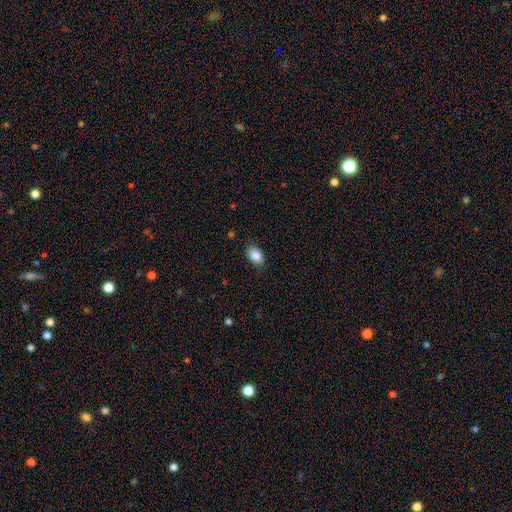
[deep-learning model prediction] Smooth or featured? smooth (84%)
How rounded? in between (80%)
Merging? none (82%)